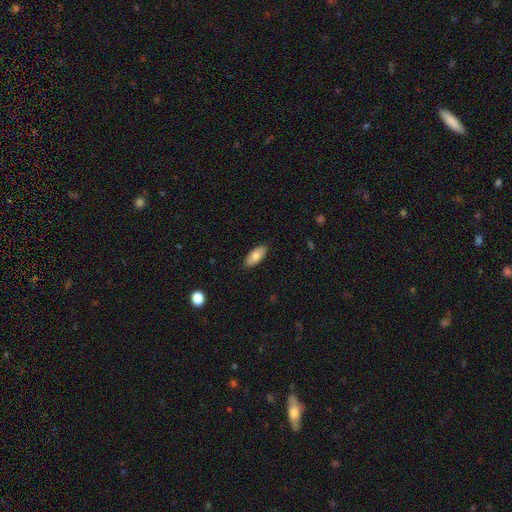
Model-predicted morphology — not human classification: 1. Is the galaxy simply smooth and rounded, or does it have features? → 75% smooth, 18% featured or disk, 6% star or artifact.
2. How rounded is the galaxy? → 90% in between, 8% cigar-shaped, 2% round.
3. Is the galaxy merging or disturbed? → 86% none, 11% minor disturbance, 2% major disturbance, 1% merger.